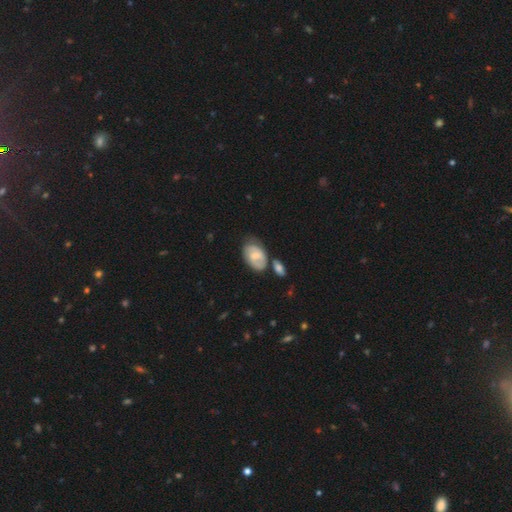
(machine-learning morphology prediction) Smooth or featured? featured or disk (51%)
Edge-on disk? no (95%)
Merging? none (54%)